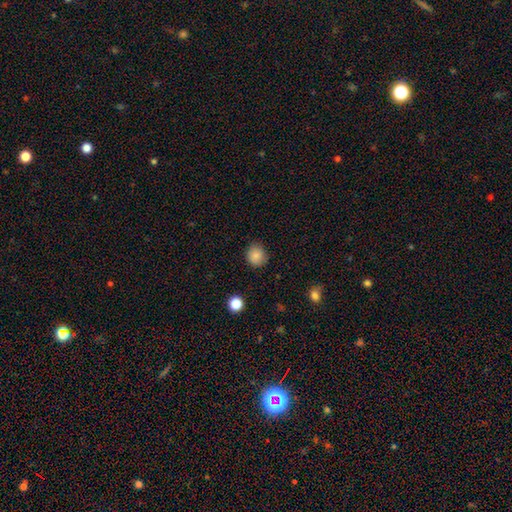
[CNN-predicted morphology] The model was most divided on "how rounded": round: 85%, in between: 14%, cigar-shaped: 1%. More confident: smooth or featured — smooth (86%); merging — none (84%).